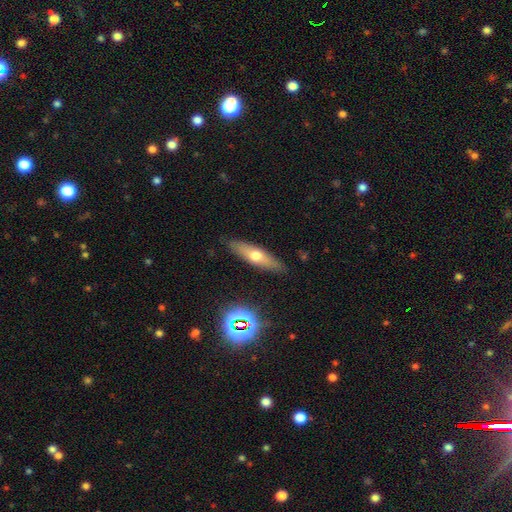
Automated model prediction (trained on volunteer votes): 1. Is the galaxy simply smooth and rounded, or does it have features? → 52% smooth, 40% featured or disk, 8% star or artifact.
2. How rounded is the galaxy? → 64% cigar-shaped, 33% in between, 3% round.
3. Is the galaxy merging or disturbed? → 87% none, 9% minor disturbance, 2% major disturbance, 1% merger.